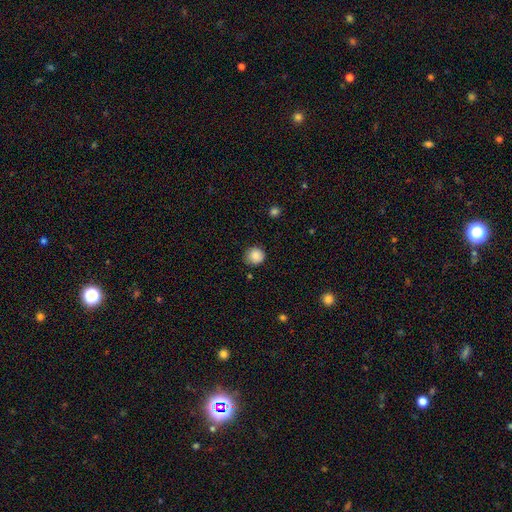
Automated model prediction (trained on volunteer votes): Q: Smooth or featured?
A: smooth (86%); runner-up: star or artifact (9%)
Q: How rounded?
A: round (90%); runner-up: in between (9%)
Q: Merging?
A: none (81%); runner-up: minor disturbance (15%)